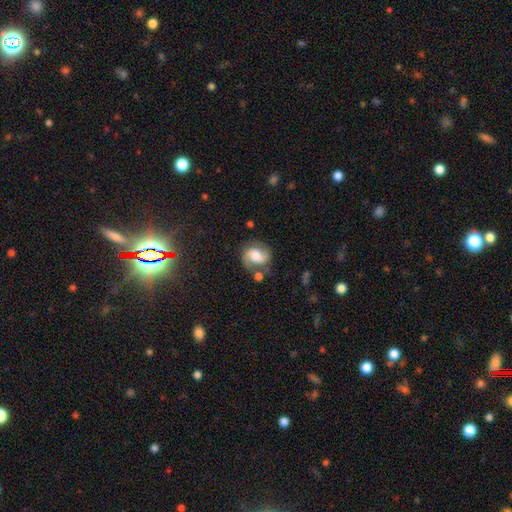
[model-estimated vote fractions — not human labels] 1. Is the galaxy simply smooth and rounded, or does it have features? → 59% featured or disk, 32% smooth, 9% star or artifact.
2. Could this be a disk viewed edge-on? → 97% no, 3% yes.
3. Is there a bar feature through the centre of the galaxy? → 47% no, 39% weak, 14% strong.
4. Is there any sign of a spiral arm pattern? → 89% yes, 11% no.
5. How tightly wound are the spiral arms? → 47% medium, 32% loose, 22% tight.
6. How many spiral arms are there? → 87% 2, 6% can't tell, 5% 1, 1% 3, 1% 4, 1% more than 4.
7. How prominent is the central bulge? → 45% moderate, 30% large, 15% small, 6% none, 5% dominant.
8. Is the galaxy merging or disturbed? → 62% none, 20% minor disturbance, 9% merger, 9% major disturbance.